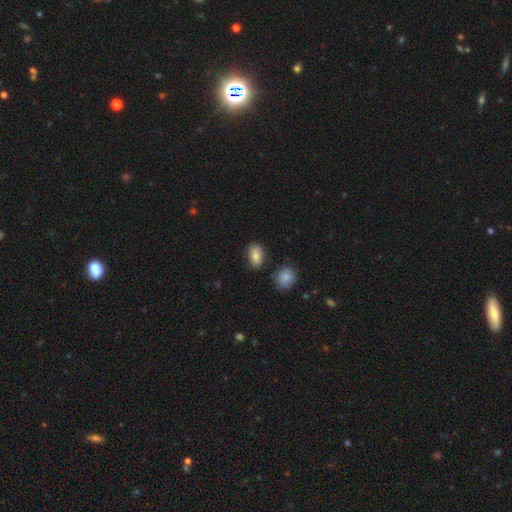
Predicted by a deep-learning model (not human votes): Smooth or featured? smooth (79%)
How rounded? in between (86%)
Merging? none (78%)